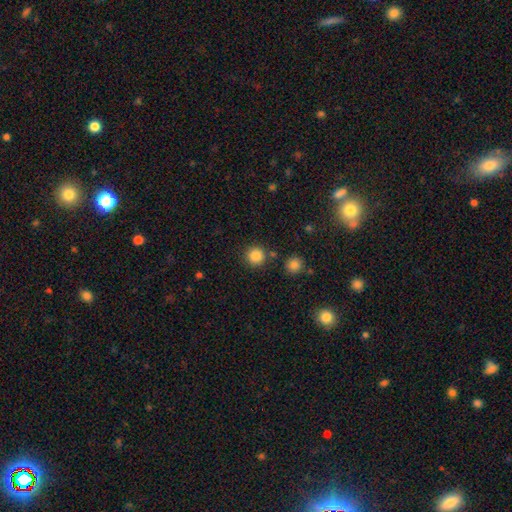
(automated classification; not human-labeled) Smooth or featured?
  - smooth: 85% *
  - star or artifact: 11%
  - featured or disk: 4%
How rounded?
  - round: 94% *
  - in between: 5%
  - cigar-shaped: 1%
Merging?
  - none: 85% *
  - minor disturbance: 7%
  - merger: 6%
  - major disturbance: 3%